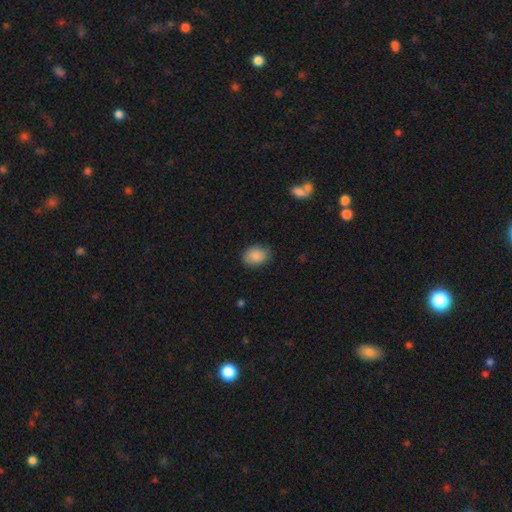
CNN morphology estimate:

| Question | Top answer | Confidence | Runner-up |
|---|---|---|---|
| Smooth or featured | smooth | 88% | star or artifact (7%) |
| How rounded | in between | 68% | round (31%) |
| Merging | none | 82% | minor disturbance (14%) |